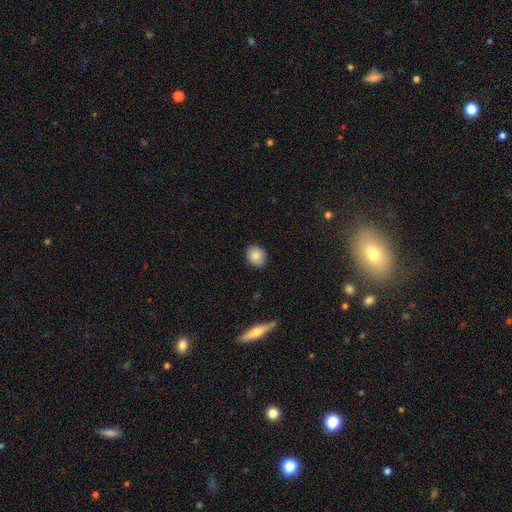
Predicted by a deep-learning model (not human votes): Smooth or featured? Predicted: smooth (p=0.84). How rounded? Predicted: round (p=0.61). Merging? Predicted: none (p=0.88).